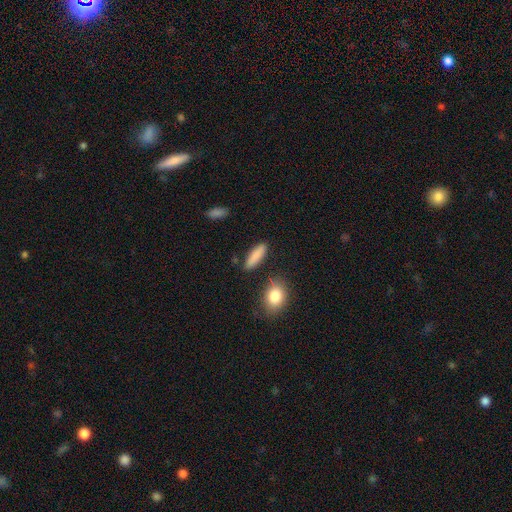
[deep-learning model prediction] smooth-or-featured: smooth: 87% | featured or disk: 7% | star or artifact: 6%
  how-rounded: cigar-shaped: 61% | in between: 37% | round: 2%
  merging: none: 86% | minor disturbance: 9% | merger: 3% | major disturbance: 2%